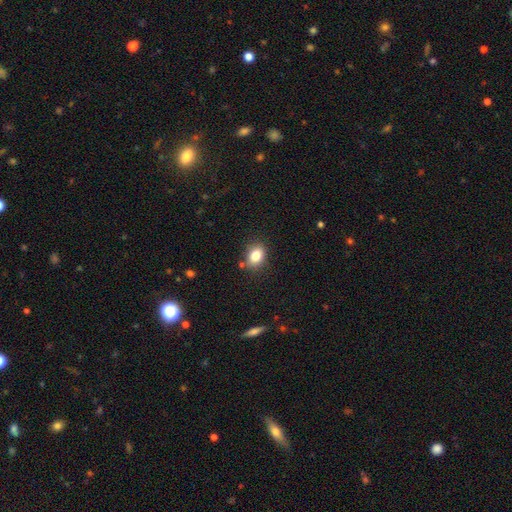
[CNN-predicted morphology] A smooth galaxy with no disk features (83%) that is in between round and cigar-shaped (70%).

Vote fractions:
- Smooth or featured? smooth: 83% / star or artifact: 9% / featured or disk: 8%
- How rounded? in between: 70% / round: 29% / cigar-shaped: 1%
- Merging? none: 80% / minor disturbance: 13% / merger: 4% / major disturbance: 3%